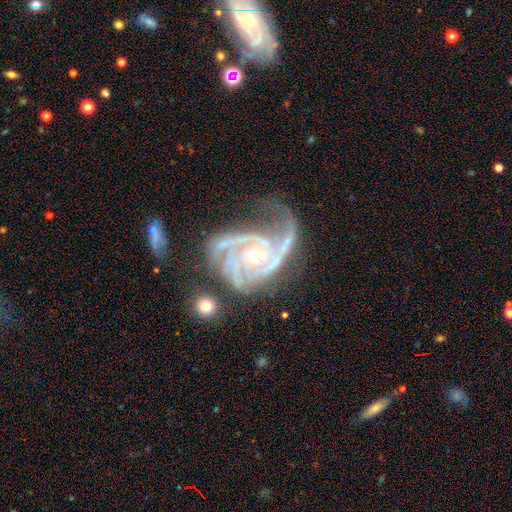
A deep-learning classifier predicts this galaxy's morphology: This is clearly a featured or disk galaxy (92%). It is clearly not viewed edge-on (98%). Bar: likely no (63%). Spiral arm pattern: clearly yes (98%). Spiral arm count: marginally 3 (44%). Spiral winding: possibly tight (55%). Central bulge: possibly moderate (57%). Merging: marginally none (42%).